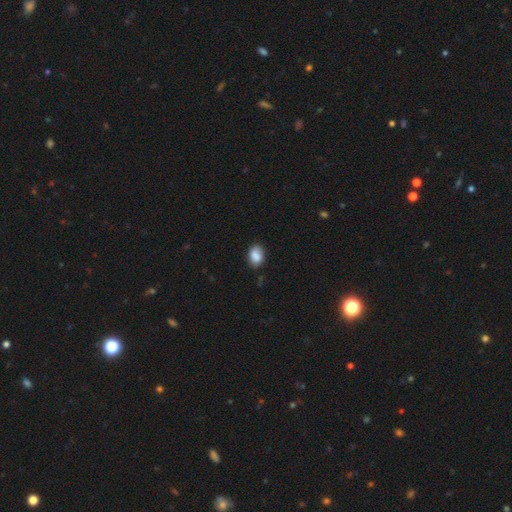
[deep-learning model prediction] Smooth or featured? Predicted: smooth (p=0.86). How rounded? Predicted: in between (p=0.80). Merging? Predicted: none (p=0.79).